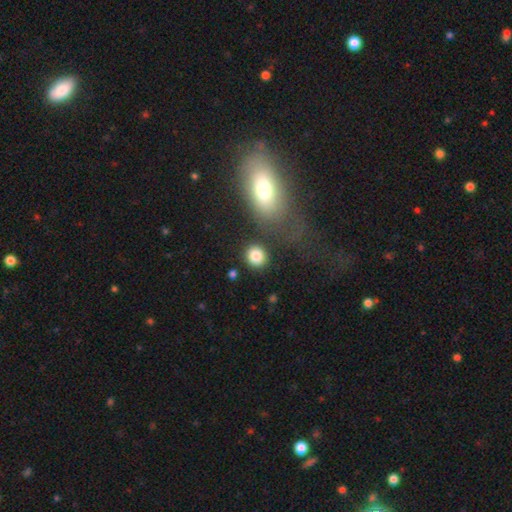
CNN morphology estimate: This is clearly a smooth galaxy (84%). How rounded: clearly round (81%). Merging: clearly none (82%).